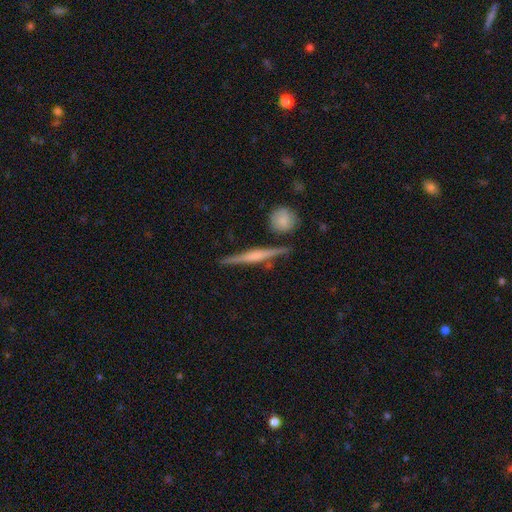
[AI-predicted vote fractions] Q: Smooth or featured?
A: featured or disk (71%); runner-up: smooth (23%)
Q: Edge-on disk?
A: yes (98%); runner-up: no (2%)
Q: Edge-on bulge?
A: rounded (49%); runner-up: boxy (31%)
Q: Merging?
A: none (85%); runner-up: minor disturbance (9%)